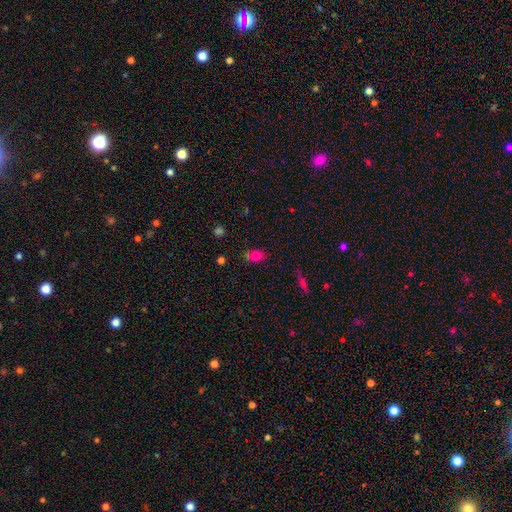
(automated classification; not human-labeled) Smooth or featured: smooth — 77% (star or artifact — 13%)
How rounded: in between — 67% (round — 30%)
Merging: none — 67% (minor disturbance — 19%)